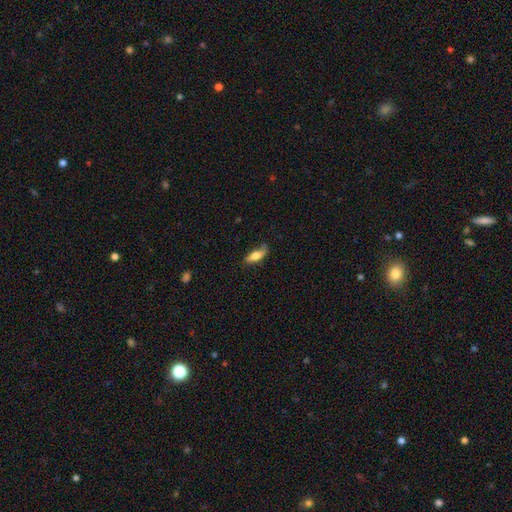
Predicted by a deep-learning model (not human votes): A smooth galaxy with no disk features (68%) that is in between round and cigar-shaped (67%).

Vote fractions:
- Smooth or featured? smooth: 68% / featured or disk: 25% / star or artifact: 7%
- How rounded? in between: 67% / cigar-shaped: 30% / round: 3%
- Merging? none: 61% / minor disturbance: 28% / major disturbance: 9% / merger: 2%